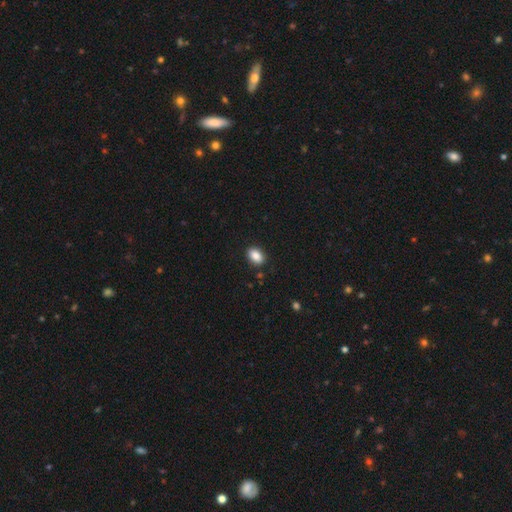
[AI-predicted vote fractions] smooth 88%, star or artifact 8%, featured or disk 4%. Down the decision tree: how rounded — in between (83%); merging — none (89%).